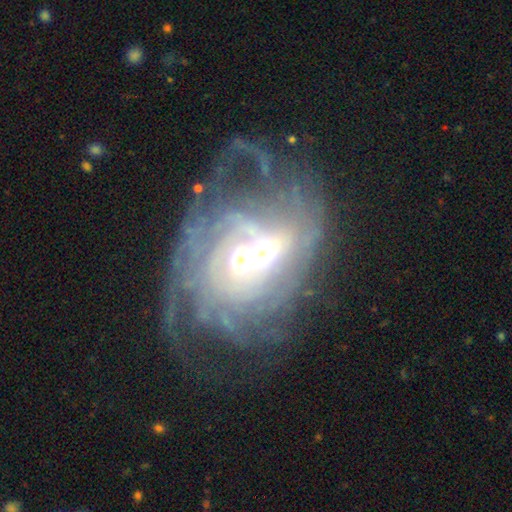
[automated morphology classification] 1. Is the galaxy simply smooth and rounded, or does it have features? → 77% featured or disk, 12% smooth, 11% star or artifact.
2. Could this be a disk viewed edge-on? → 96% no, 4% yes.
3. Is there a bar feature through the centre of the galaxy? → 65% no, 24% weak, 11% strong.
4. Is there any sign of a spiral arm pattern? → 73% yes, 27% no.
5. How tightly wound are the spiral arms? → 41% tight, 31% medium, 27% loose.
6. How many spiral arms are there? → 46% can't tell, 17% 2, 12% 3, 10% more than 4, 8% 4, 7% 1.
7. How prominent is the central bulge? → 63% moderate, 19% small, 13% large, 3% dominant, 2% none.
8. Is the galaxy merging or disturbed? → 44% merger, 26% major disturbance, 19% none, 11% minor disturbance.